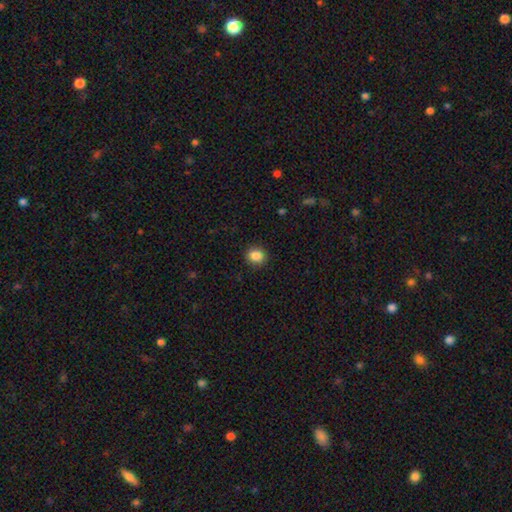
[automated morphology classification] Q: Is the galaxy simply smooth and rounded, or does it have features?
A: smooth — 86%.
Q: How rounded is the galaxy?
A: round — 72%.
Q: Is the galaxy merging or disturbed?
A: none — 90%.